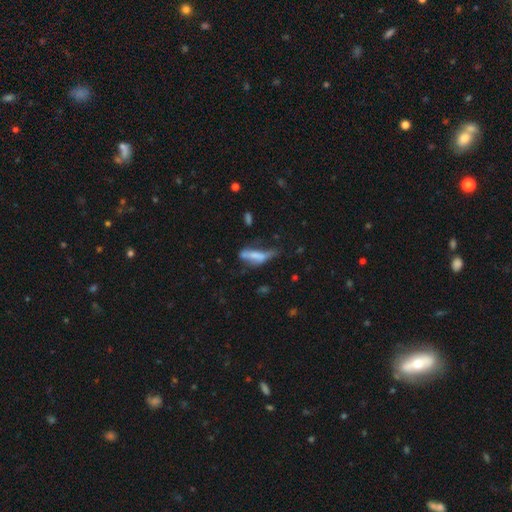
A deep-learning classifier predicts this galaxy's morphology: This appears to be a smooth galaxy with no disk features (52%) that is cigar-shaped (54%). Merging: major disturbance (35%).